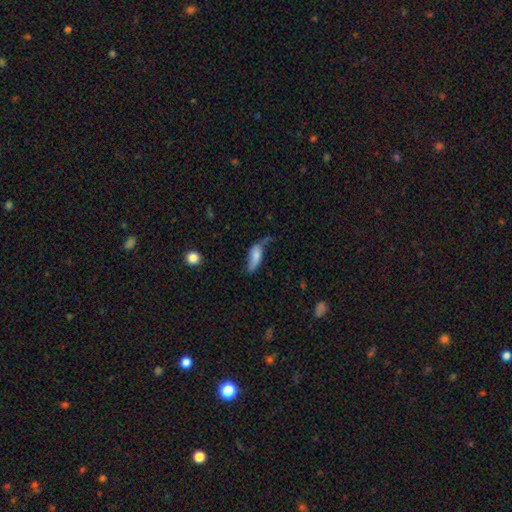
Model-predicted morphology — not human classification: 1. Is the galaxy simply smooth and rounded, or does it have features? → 59% smooth, 34% featured or disk, 8% star or artifact.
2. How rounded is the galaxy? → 67% in between, 29% cigar-shaped, 3% round.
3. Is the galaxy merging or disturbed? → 36% minor disturbance, 34% none, 25% major disturbance, 5% merger.